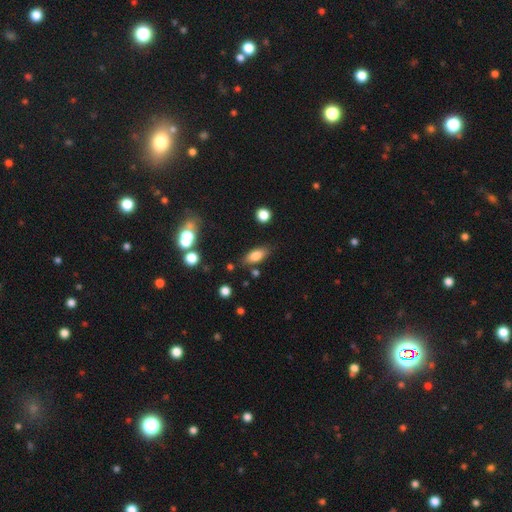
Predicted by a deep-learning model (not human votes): Smooth or featured: smooth — 78% (featured or disk — 14%)
How rounded: in between — 82% (cigar-shaped — 14%)
Merging: none — 77% (minor disturbance — 14%)